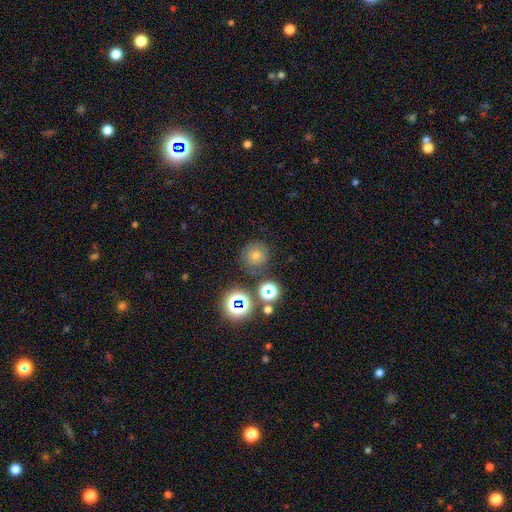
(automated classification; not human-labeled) The model was most divided on "smooth or featured": smooth: 53%, star or artifact: 31%, featured or disk: 16%. More confident: how rounded — round (92%); merging — none (81%).